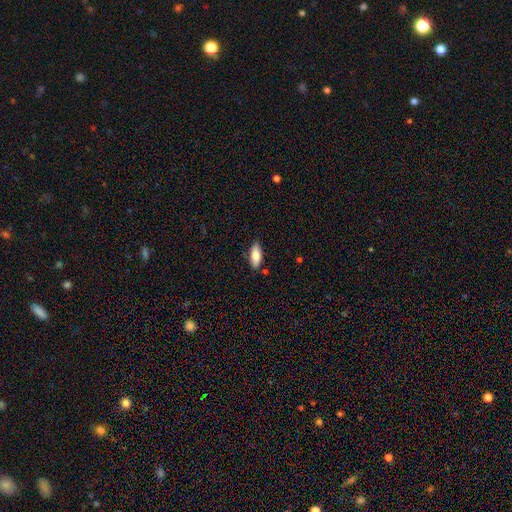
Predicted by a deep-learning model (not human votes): Smooth or featured: smooth — 78% (featured or disk — 16%)
How rounded: in between — 76% (cigar-shaped — 22%)
Merging: none — 83% (minor disturbance — 13%)